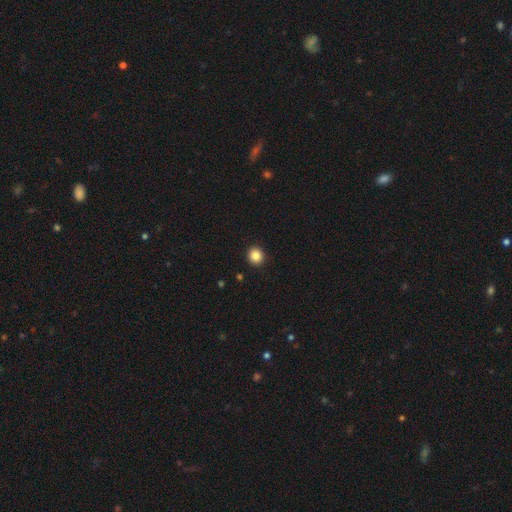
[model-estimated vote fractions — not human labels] Smooth or featured? smooth (85%)
How rounded? round (90%)
Merging? none (93%)